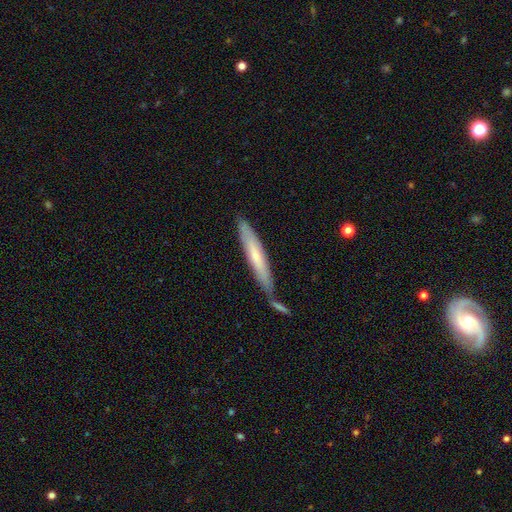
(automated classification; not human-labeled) A smooth galaxy with no disk features (56%) that is cigar-shaped (92%). Merging: none (62%).